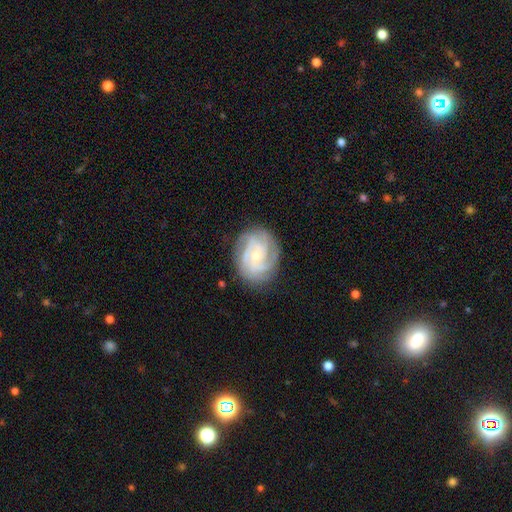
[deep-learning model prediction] Q: Smooth or featured?
A: featured or disk (88%); runner-up: smooth (7%)
Q: Edge-on disk?
A: no (98%); runner-up: yes (2%)
Q: Bar?
A: no (63%); runner-up: weak (30%)
Q: Spiral arms?
A: yes (98%); runner-up: no (2%)
Q: Spiral winding?
A: tight (67%); runner-up: medium (28%)
Q: Spiral arm count?
A: 3 (39%); runner-up: 4 (20%)
Q: Bulge size?
A: small (58%); runner-up: moderate (39%)
Q: Merging?
A: none (81%); runner-up: minor disturbance (14%)